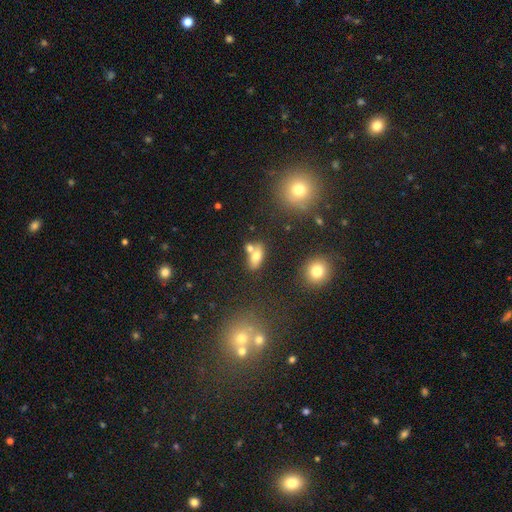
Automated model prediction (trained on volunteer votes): This appears to be a smooth galaxy with no disk features (71%) that is in between round and cigar-shaped (81%). Merging: none (51%).